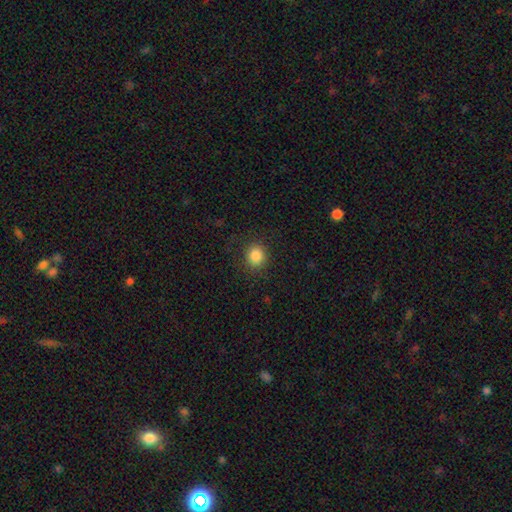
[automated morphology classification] Smooth or featured: smooth — 85% (star or artifact — 10%)
How rounded: round — 82% (in between — 17%)
Merging: none — 87% (minor disturbance — 8%)